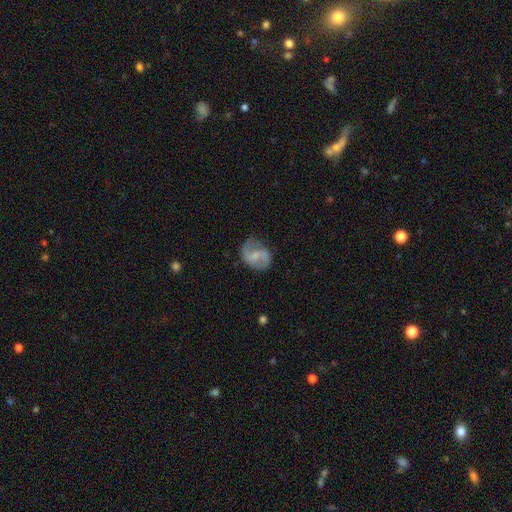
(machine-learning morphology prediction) Smooth or featured? Predicted: featured or disk (p=0.61). Edge-on disk? Predicted: no (p=0.97). Bar? Predicted: weak (p=0.49). Spiral arms? Predicted: yes (p=0.85). Spiral winding? Predicted: medium (p=0.43). Spiral arm count? Predicted: 2 (p=0.82). Bulge size? Predicted: small (p=0.46). Merging? Predicted: none (p=0.62).